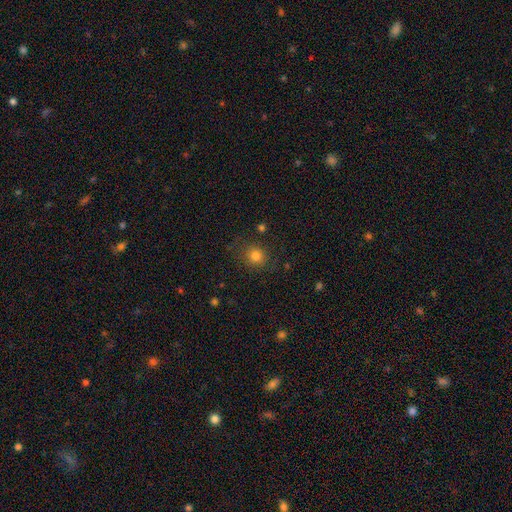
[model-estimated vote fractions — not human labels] smooth_or_featured: smooth (p=0.80) [alt: star or artifact p=0.14]
how_rounded: round (p=0.87) [alt: in between p=0.12]
merging: none (p=0.84) [alt: minor disturbance p=0.10]